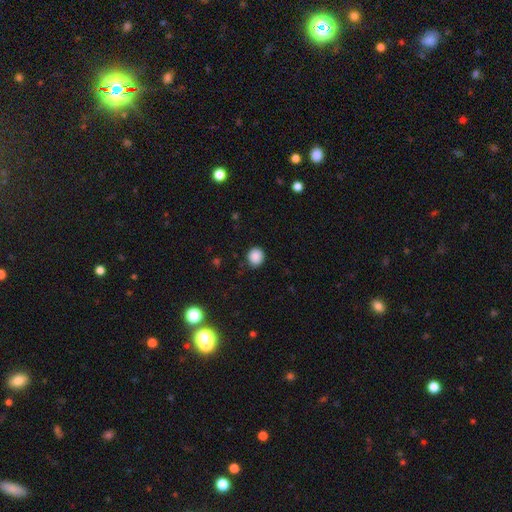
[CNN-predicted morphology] Smooth or featured?
  - smooth: 88% *
  - star or artifact: 9%
  - featured or disk: 3%
How rounded?
  - round: 83% *
  - in between: 16%
  - cigar-shaped: 1%
Merging?
  - none: 87% *
  - minor disturbance: 9%
  - major disturbance: 2%
  - merger: 1%